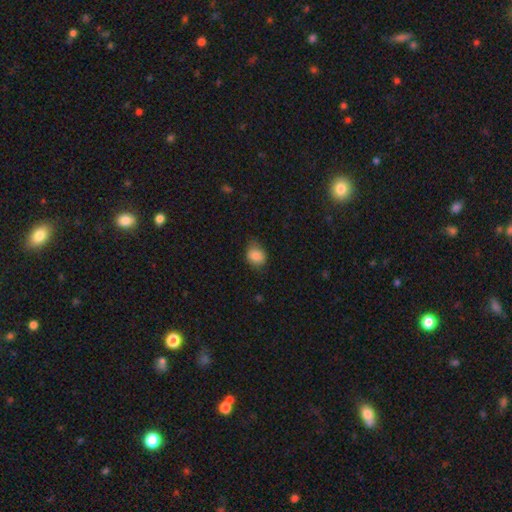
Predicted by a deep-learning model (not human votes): The model was most divided on "how rounded": round: 55%, in between: 44%, cigar-shaped: 1%. More confident: smooth or featured — smooth (84%); merging — none (69%).